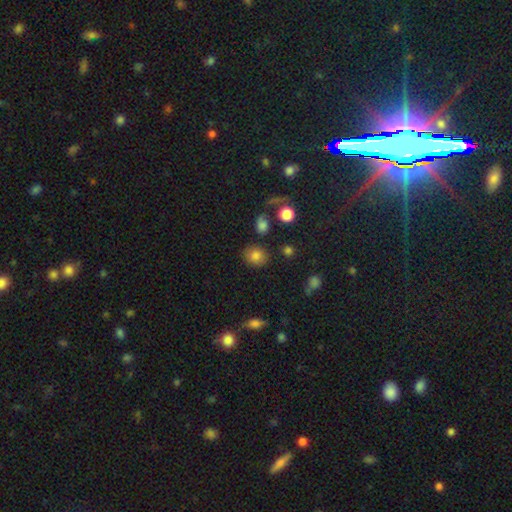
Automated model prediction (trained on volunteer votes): Smooth or featured? Predicted: smooth (p=0.81). How rounded? Predicted: round (p=0.75). Merging? Predicted: none (p=0.84).